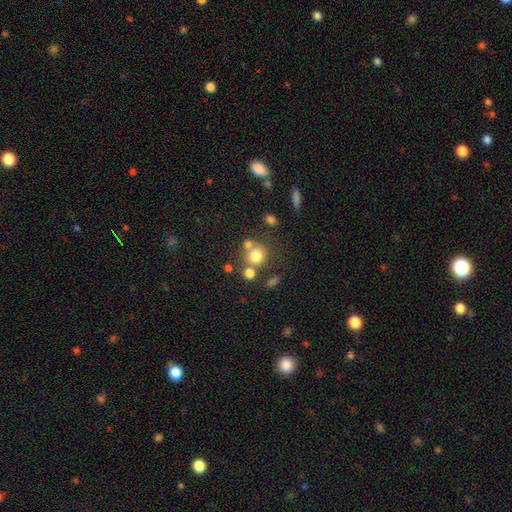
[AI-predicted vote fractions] Smooth or featured? Predicted: smooth (p=0.75). How rounded? Predicted: round (p=0.82). Merging? Predicted: none (p=0.58).